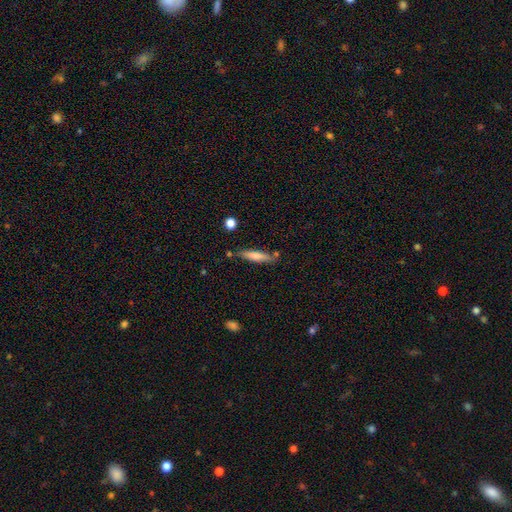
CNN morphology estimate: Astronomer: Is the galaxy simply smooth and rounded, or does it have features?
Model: smooth — 72%.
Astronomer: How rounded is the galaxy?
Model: cigar-shaped — 84%.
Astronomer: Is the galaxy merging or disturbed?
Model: none — 76%.